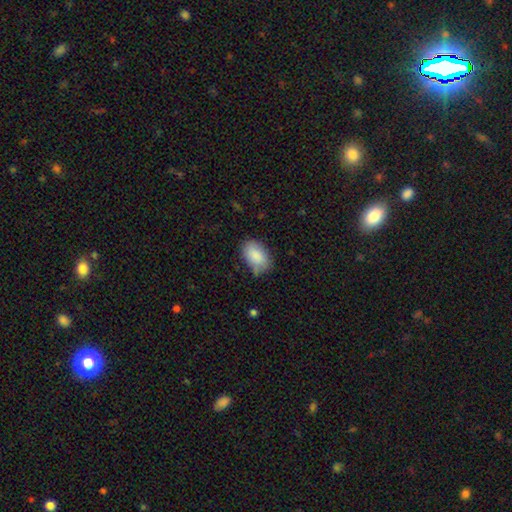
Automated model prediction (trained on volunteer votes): Smooth or featured? smooth (88%)
How rounded? in between (91%)
Merging? none (72%)